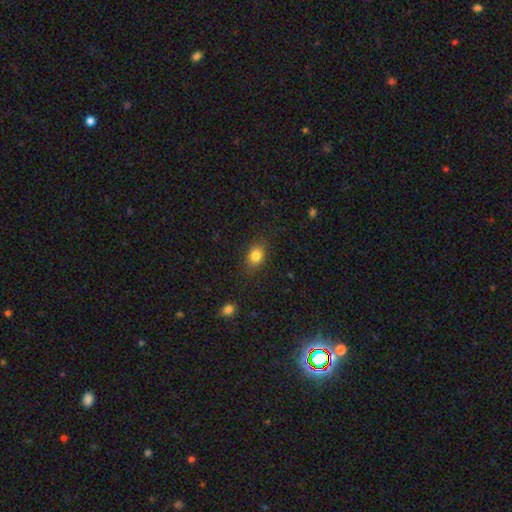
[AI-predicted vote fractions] Q: Smooth or featured?
A: smooth (82%); runner-up: star or artifact (10%)
Q: How rounded?
A: in between (64%); runner-up: round (34%)
Q: Merging?
A: none (82%); runner-up: minor disturbance (13%)